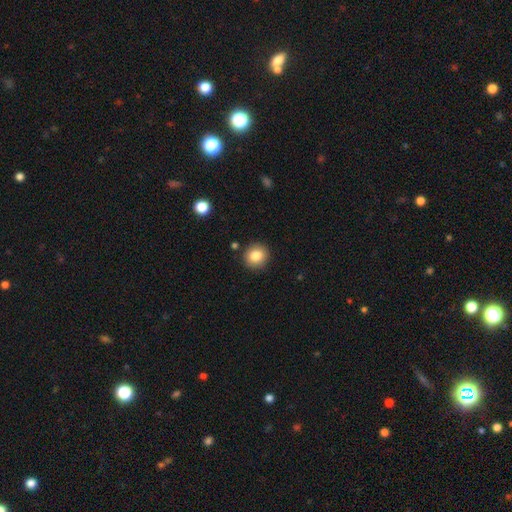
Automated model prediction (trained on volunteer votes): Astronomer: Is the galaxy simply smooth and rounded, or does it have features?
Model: smooth — 83%.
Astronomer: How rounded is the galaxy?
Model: round — 89%.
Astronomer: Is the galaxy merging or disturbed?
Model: none — 89%.